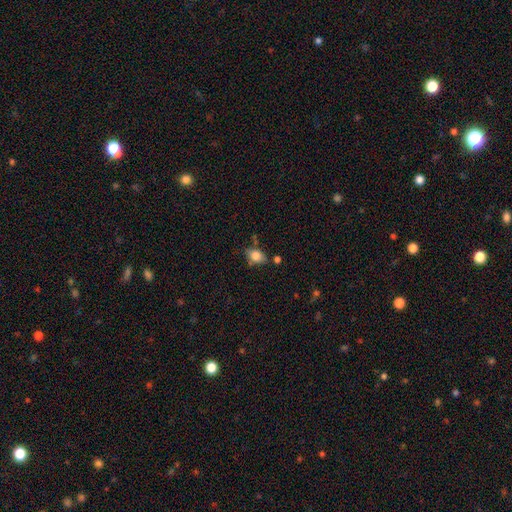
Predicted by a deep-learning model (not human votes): Smooth or featured: smooth — 79% (featured or disk — 11%)
How rounded: in between — 76% (round — 22%)
Merging: none — 61% (minor disturbance — 23%)